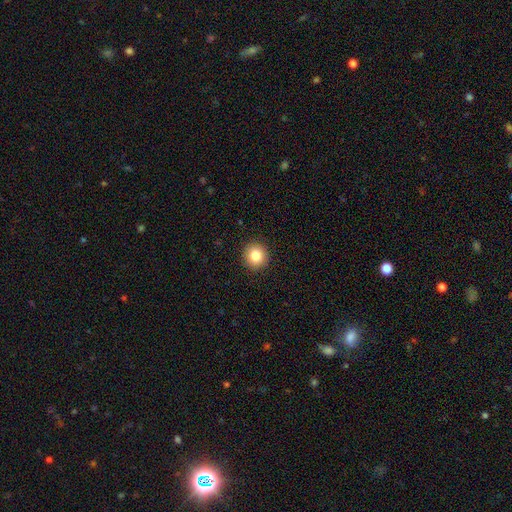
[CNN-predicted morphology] Overall: smooth (84%). How rounded: round (93%). Merging: none (92%).